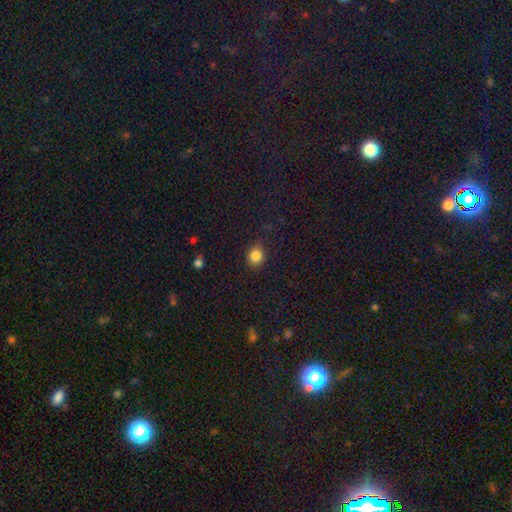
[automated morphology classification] type=smooth (84%); roundness=round (65%); merging=none (74%).